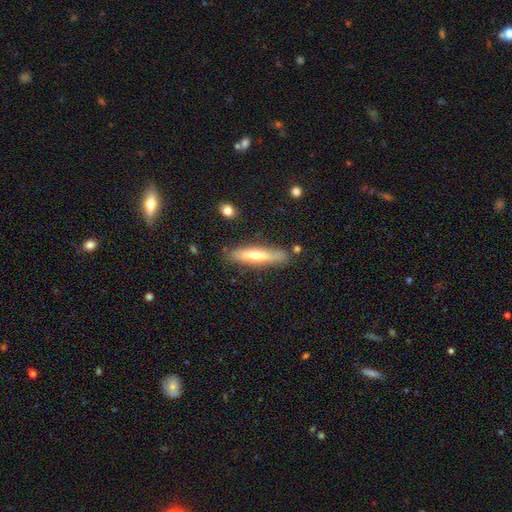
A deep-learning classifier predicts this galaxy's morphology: Smooth or featured? smooth (47%, tied with featured or disk)
Merging? none (82%)